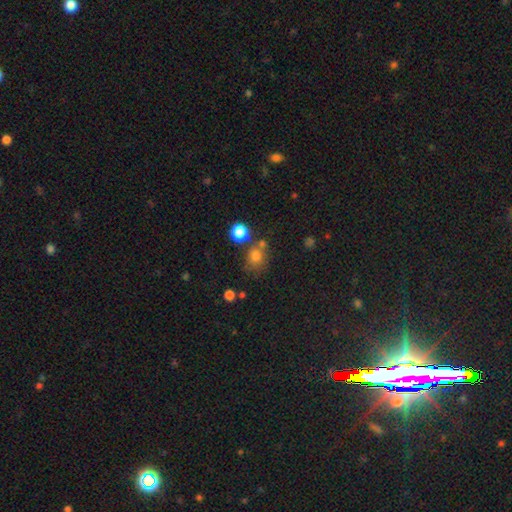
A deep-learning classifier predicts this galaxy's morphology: A smooth galaxy with no disk features (75%) that is round (71%). Merging: none (61%).